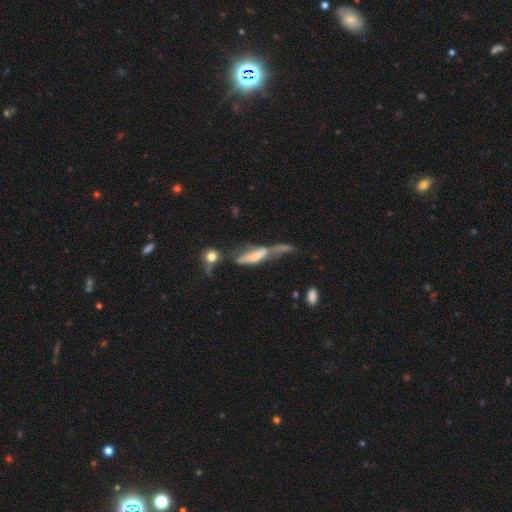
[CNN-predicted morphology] type=featured or disk (46%); merging=merger (36%).